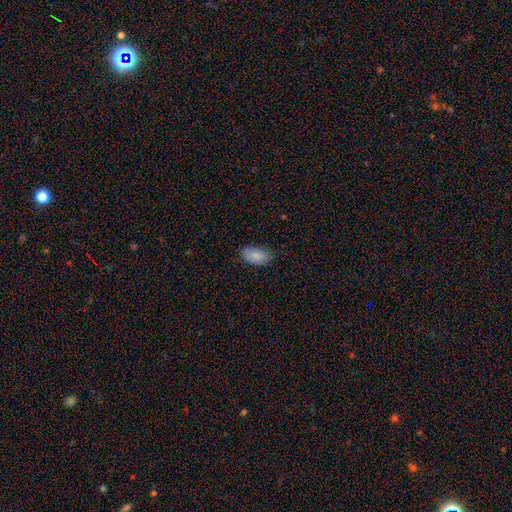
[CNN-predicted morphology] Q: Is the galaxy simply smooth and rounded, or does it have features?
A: smooth — 86%.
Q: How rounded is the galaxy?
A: in between — 94%.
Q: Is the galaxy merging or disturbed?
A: none — 78%.